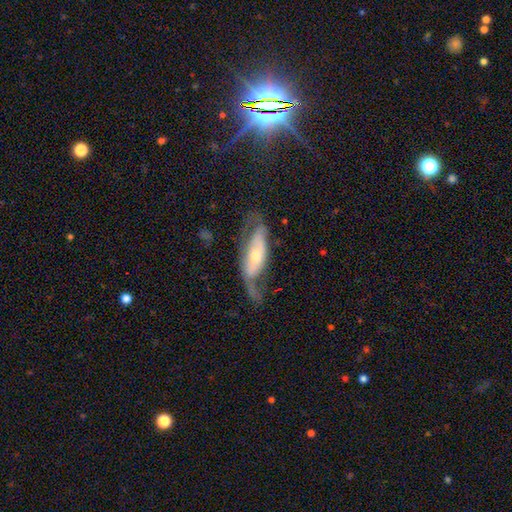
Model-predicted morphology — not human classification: smooth-or-featured: featured or disk: 64% | smooth: 30% | star or artifact: 6%
  disk-edge-on: no: 77% | yes: 23%
  merging: none: 40% | major disturbance: 31% | minor disturbance: 25% | merger: 3%